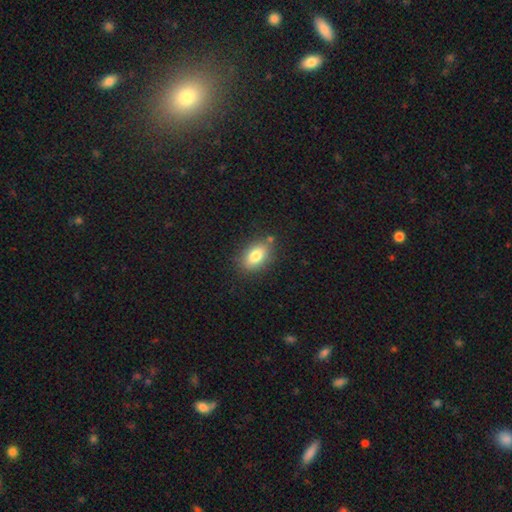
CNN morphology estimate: The model was most divided on "merging": none: 79%, minor disturbance: 14%, merger: 5%, major disturbance: 3%. More confident: how rounded — in between (87%); smooth or featured — smooth (80%).